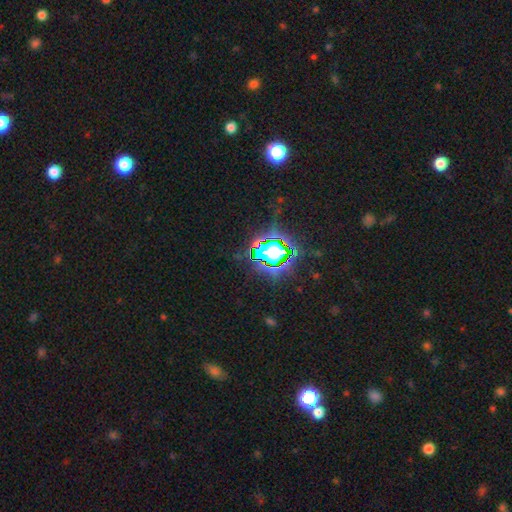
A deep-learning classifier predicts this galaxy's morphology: Overall: star or artifact (81%).